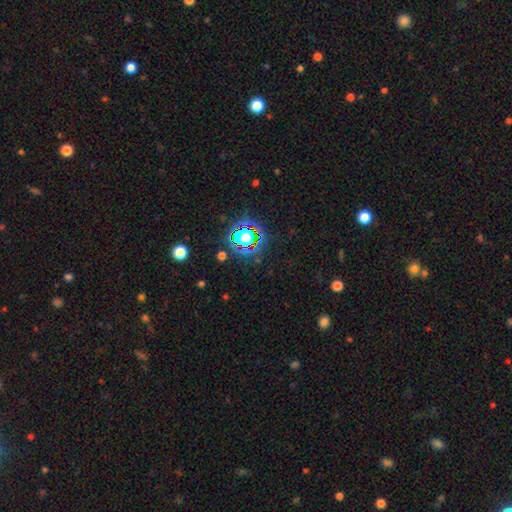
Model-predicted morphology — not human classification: star or artifact 79%, smooth 13%, featured or disk 8%.